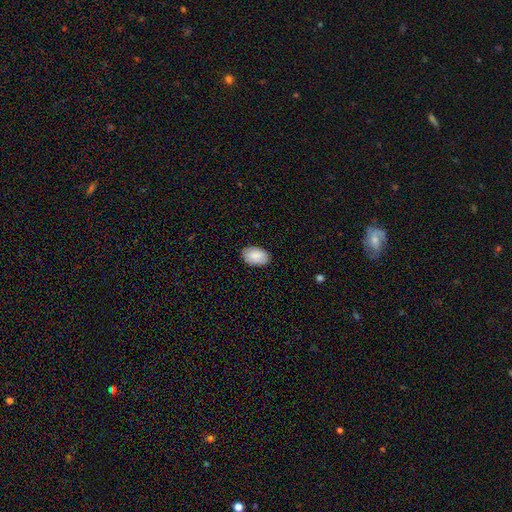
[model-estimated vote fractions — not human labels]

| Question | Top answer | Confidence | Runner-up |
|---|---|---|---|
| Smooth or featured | smooth | 88% | featured or disk (6%) |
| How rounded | in between | 91% | round (8%) |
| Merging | none | 86% | minor disturbance (11%) |